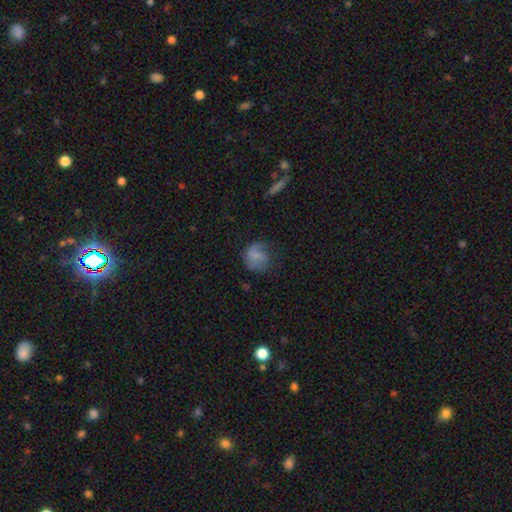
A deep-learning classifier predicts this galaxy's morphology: A smooth galaxy with no disk features (60%) that is round (73%).

Vote fractions:
- Smooth or featured? smooth: 60% / featured or disk: 30% / star or artifact: 10%
- How rounded? round: 73% / in between: 26% / cigar-shaped: 1%
- Merging? none: 51% / minor disturbance: 26% / major disturbance: 21% / merger: 2%